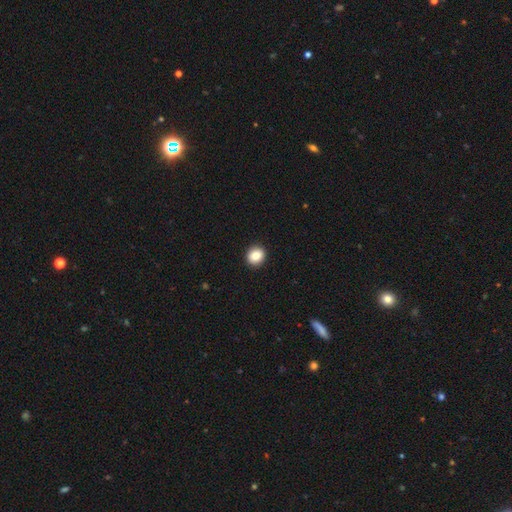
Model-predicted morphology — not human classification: A smooth galaxy with no disk features (83%) that is round (82%). Merging: none (93%).